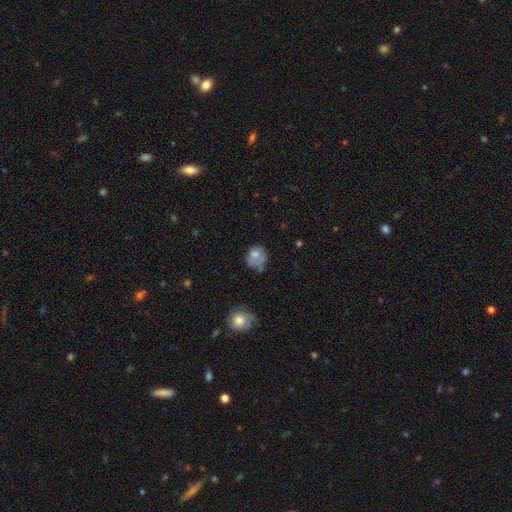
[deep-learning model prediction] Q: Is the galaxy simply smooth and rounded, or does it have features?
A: smooth — 69%.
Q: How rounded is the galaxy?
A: round — 61%.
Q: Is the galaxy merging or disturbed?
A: none — 35%.